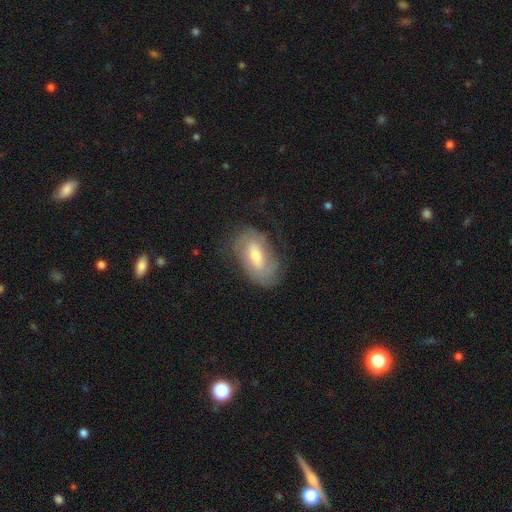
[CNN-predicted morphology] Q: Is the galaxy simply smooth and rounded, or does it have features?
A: featured or disk — 57%.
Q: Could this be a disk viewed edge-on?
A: no — 91%.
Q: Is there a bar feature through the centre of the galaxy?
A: weak — 47%.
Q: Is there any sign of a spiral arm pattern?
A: yes — 73%.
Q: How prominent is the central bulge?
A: moderate — 57%.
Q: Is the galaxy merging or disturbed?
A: none — 65%.